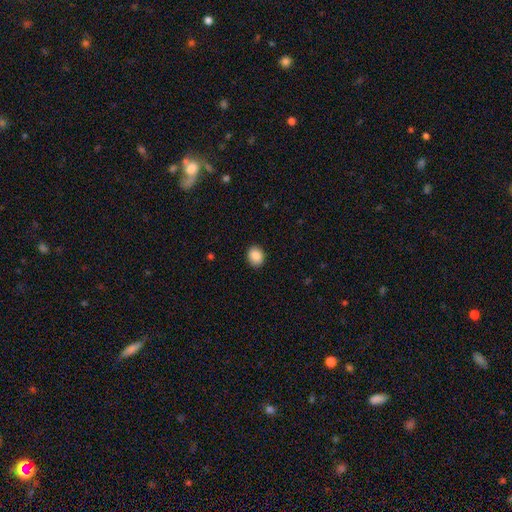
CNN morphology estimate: Smooth or featured? Predicted: smooth (p=0.89). How rounded? Predicted: round (p=0.51). Merging? Predicted: none (p=0.90).